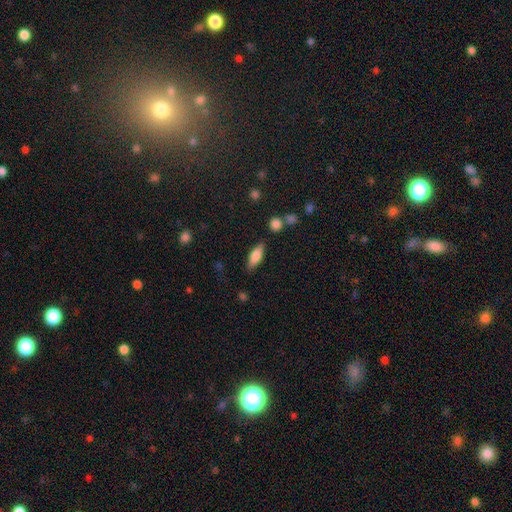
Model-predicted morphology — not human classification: Overall: smooth (72%). How rounded: in between (64%; cigar-shaped 33%). Merging: none (81%).